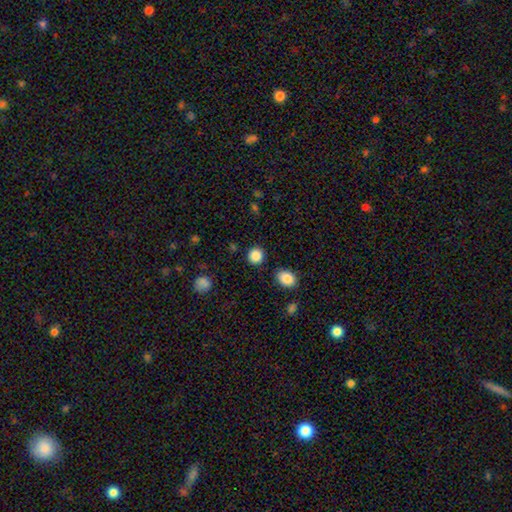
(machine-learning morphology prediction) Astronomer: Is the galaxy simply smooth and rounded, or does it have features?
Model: smooth — 87%.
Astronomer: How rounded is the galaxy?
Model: round — 91%.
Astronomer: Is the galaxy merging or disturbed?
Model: none — 89%.